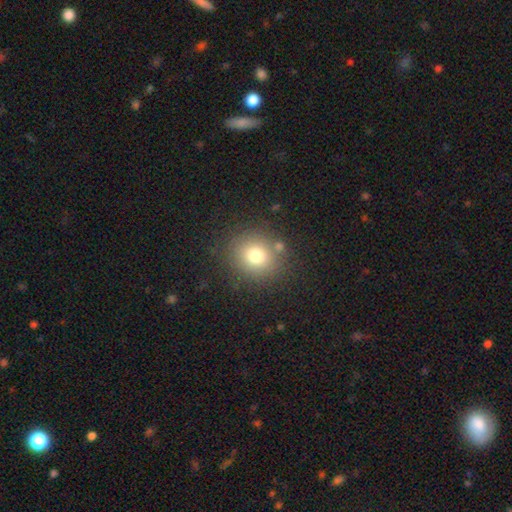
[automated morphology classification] smooth-or-featured: smooth: 75% | star or artifact: 14% | featured or disk: 10%
  how-rounded: round: 86% | in between: 13% | cigar-shaped: 1%
  merging: none: 82% | minor disturbance: 9% | merger: 5% | major disturbance: 4%